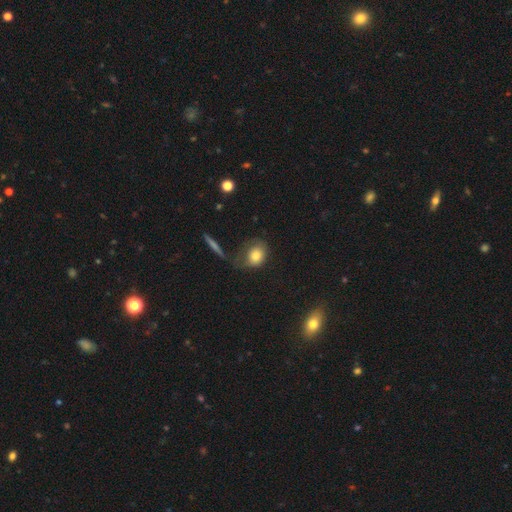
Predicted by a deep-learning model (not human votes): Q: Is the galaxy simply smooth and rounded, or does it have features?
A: smooth — 76%.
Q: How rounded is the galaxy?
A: round — 49%.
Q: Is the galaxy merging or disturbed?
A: none — 44%.